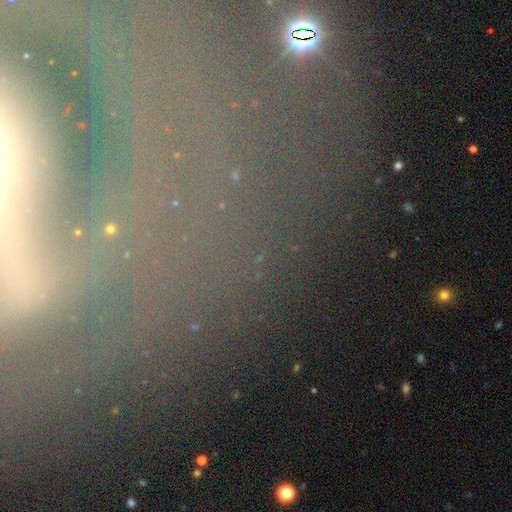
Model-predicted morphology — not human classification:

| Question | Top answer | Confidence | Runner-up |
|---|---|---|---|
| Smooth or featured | star or artifact | 44% | featured or disk (34%) |